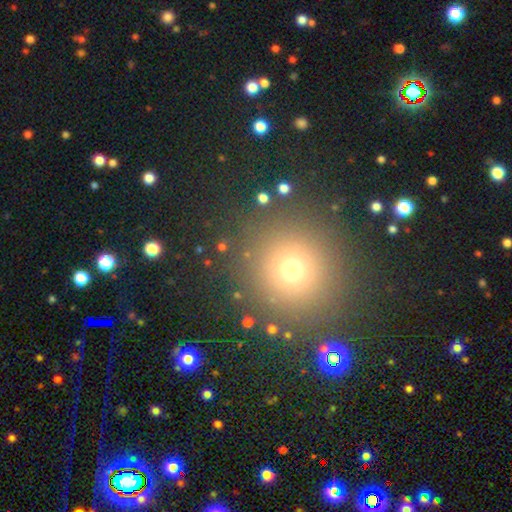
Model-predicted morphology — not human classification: Overall: smooth (61%; star or artifact 32%). How rounded: round (94%). Merging: none (88%).